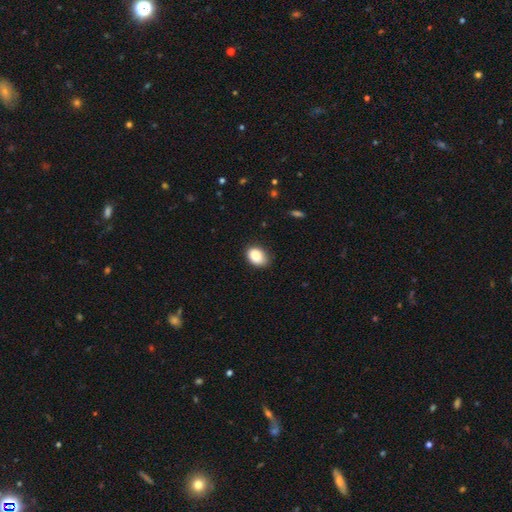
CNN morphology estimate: A smooth galaxy with no disk features (87%) that is in between round and cigar-shaped (78%).

Vote fractions:
- Smooth or featured? smooth: 87% / star or artifact: 8% / featured or disk: 5%
- How rounded? in between: 78% / round: 21% / cigar-shaped: 1%
- Merging? none: 76% / minor disturbance: 20% / major disturbance: 3% / merger: 1%